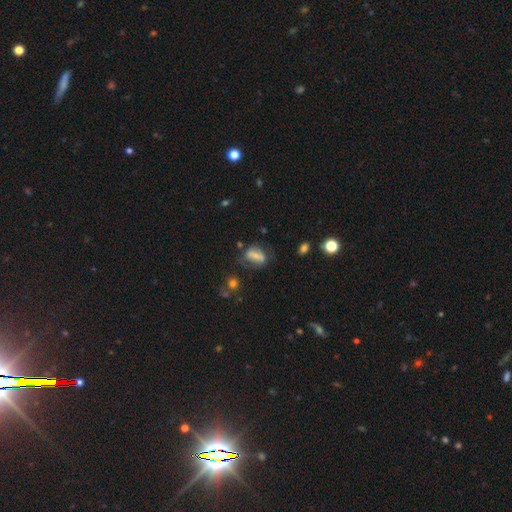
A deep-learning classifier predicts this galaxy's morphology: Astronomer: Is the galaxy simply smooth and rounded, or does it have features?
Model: smooth — 63%.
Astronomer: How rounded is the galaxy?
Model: in between — 74%.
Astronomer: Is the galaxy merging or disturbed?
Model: none — 52%.